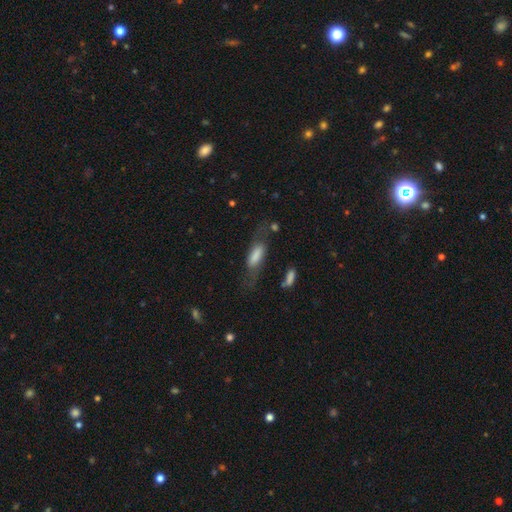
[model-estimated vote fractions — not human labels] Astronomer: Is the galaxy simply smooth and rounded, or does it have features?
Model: smooth — 65%.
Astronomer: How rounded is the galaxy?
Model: in between — 61% (runner-up: cigar-shaped, 36%).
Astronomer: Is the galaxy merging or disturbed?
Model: none — 49%.